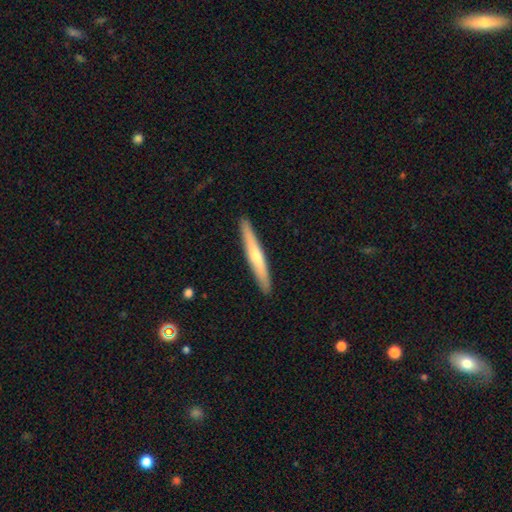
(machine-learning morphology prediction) smooth 49%, featured or disk 46%, star or artifact 5%. Down the decision tree: merging — none (92%).